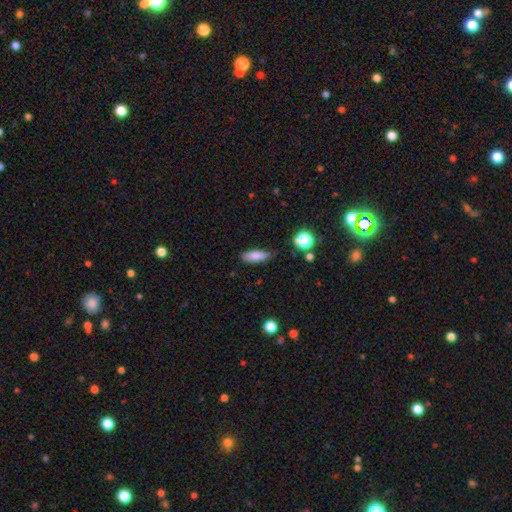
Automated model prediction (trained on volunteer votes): This appears to be a smooth galaxy with no disk features (82%) that is in between round and cigar-shaped (55%). Merging: none (80%).